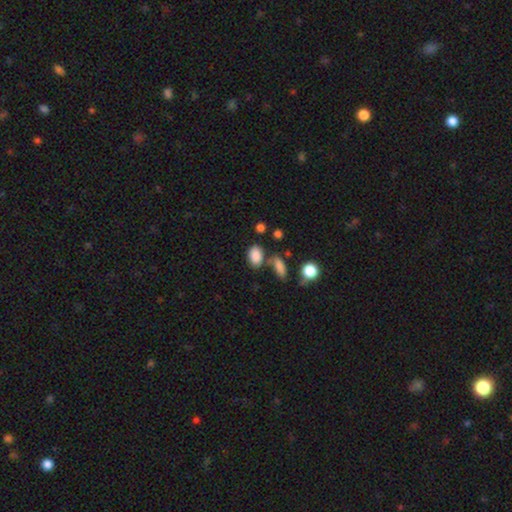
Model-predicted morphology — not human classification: Q: Smooth or featured?
A: smooth (86%); runner-up: star or artifact (9%)
Q: How rounded?
A: in between (86%); runner-up: round (12%)
Q: Merging?
A: none (64%); runner-up: merger (17%)